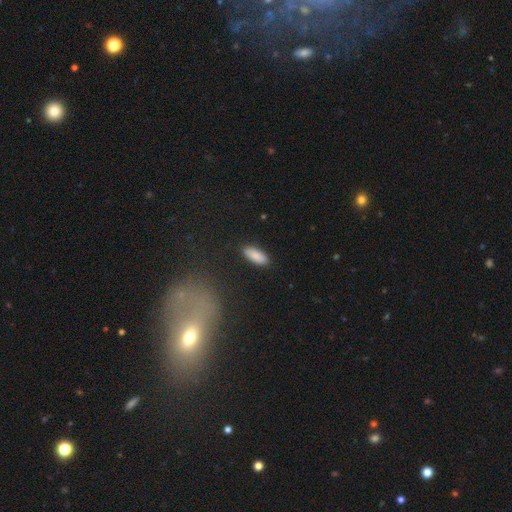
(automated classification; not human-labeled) This appears to be a smooth galaxy with no disk features (88%) that is in between round and cigar-shaped (75%). Merging: none (89%).